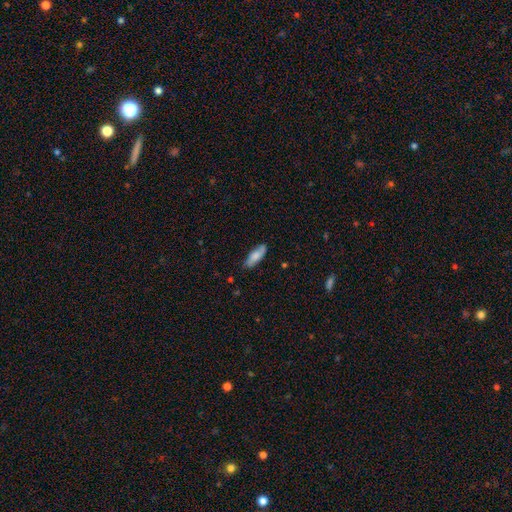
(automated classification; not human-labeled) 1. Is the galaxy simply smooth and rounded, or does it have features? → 75% smooth, 19% featured or disk, 6% star or artifact.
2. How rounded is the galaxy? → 65% in between, 34% cigar-shaped, 2% round.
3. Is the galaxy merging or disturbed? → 79% none, 17% minor disturbance, 3% major disturbance, 1% merger.